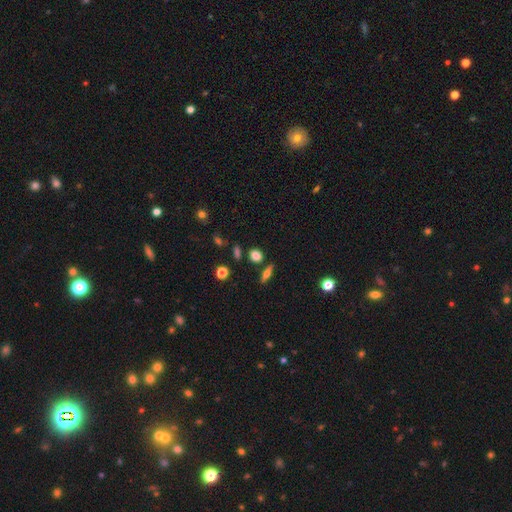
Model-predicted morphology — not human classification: Overall: smooth (74%). How rounded: round (46%; in between 45%). Merging: none (79%).